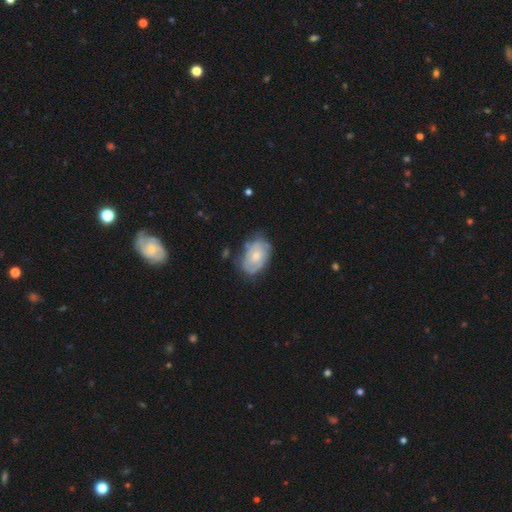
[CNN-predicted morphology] Smooth or featured: featured or disk — 59% (smooth — 35%)
Edge-on disk: no — 96% (yes — 4%)
Bar: no — 79% (weak — 19%)
Spiral arms: yes — 72% (no — 28%)
Bulge size: small — 47% (moderate — 46%)
Merging: none — 62% (minor disturbance — 27%)